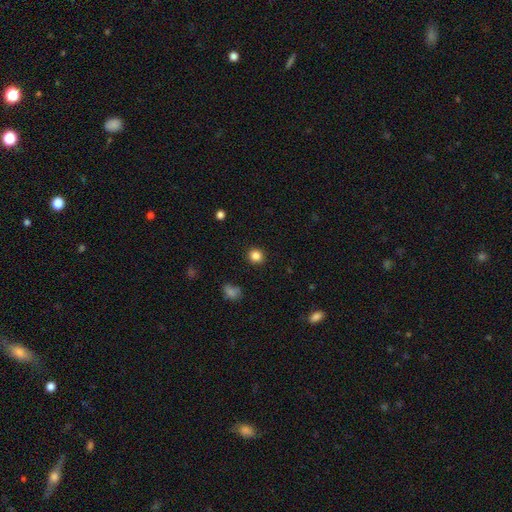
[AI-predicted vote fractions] Smooth or featured? Predicted: smooth (p=0.84). How rounded? Predicted: round (p=0.90). Merging? Predicted: none (p=0.91).